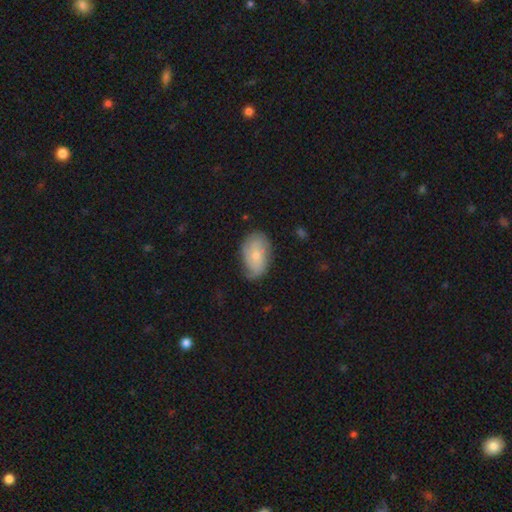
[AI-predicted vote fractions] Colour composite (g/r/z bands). It shows a featured or disk galaxy (50%). Merging: none (62%).